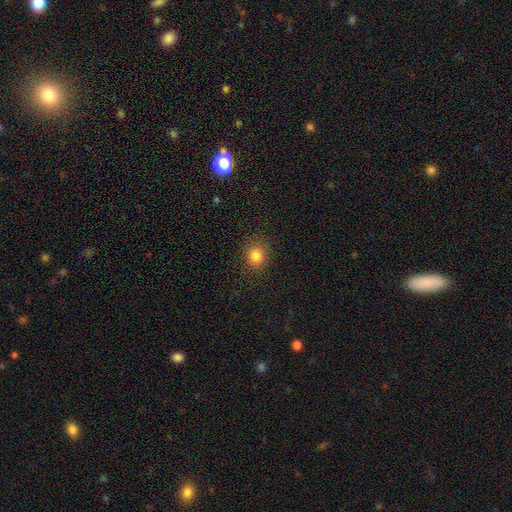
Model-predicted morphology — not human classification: smooth_or_featured: smooth (p=0.82) [alt: star or artifact p=0.12]
how_rounded: round (p=0.74) [alt: in between p=0.25]
merging: none (p=0.86) [alt: minor disturbance p=0.10]